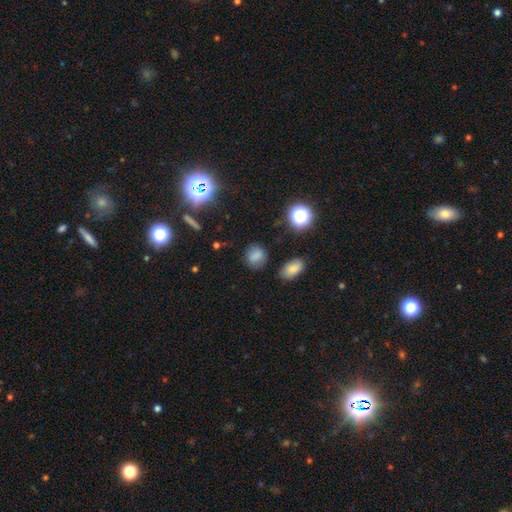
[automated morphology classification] This is likely a smooth galaxy (76%). How rounded: likely round (65%). Merging: likely none (77%).